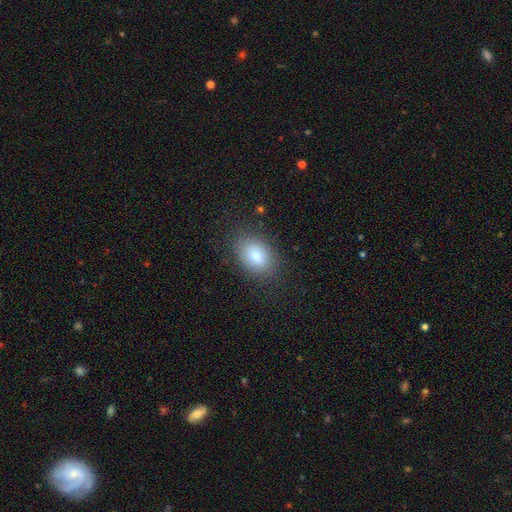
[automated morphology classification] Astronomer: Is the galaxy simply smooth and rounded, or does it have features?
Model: smooth — 82%.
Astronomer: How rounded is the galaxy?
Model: in between — 84%.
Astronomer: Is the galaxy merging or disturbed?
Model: none — 81%.